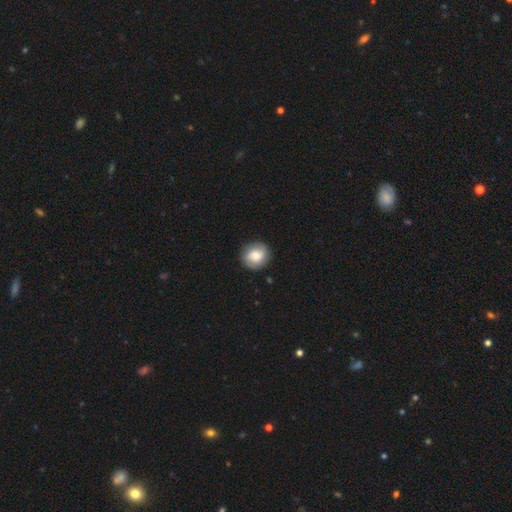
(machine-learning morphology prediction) smooth_or_featured: smooth (p=0.71) [alt: featured or disk p=0.22]
how_rounded: round (p=0.84) [alt: in between p=0.15]
merging: none (p=0.87) [alt: minor disturbance p=0.09]